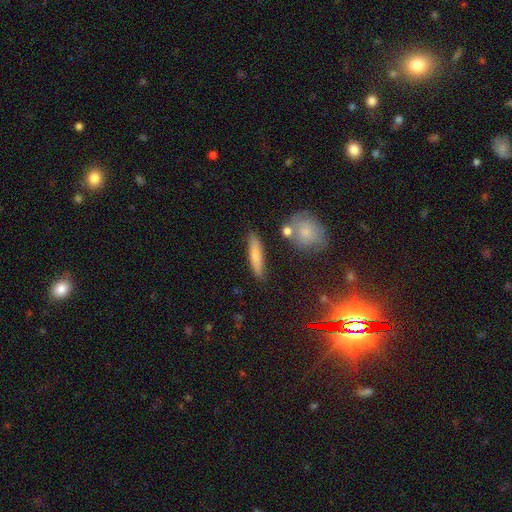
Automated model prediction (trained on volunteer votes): Smooth or featured? smooth (72%)
How rounded? cigar-shaped (79%)
Merging? none (81%)